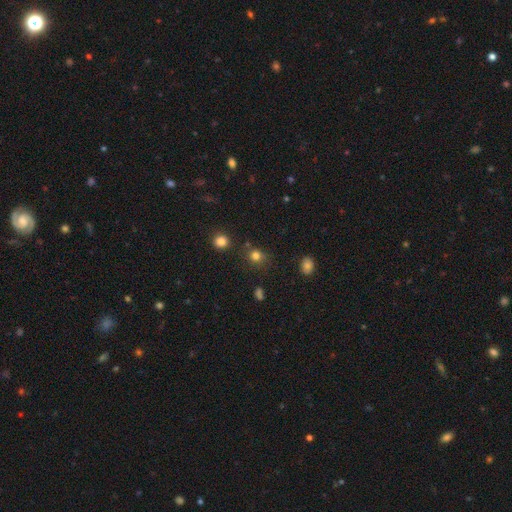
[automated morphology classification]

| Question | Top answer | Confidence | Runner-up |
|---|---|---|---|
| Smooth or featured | smooth | 78% | star or artifact (16%) |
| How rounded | round | 83% | in between (16%) |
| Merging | none | 77% | minor disturbance (12%) |